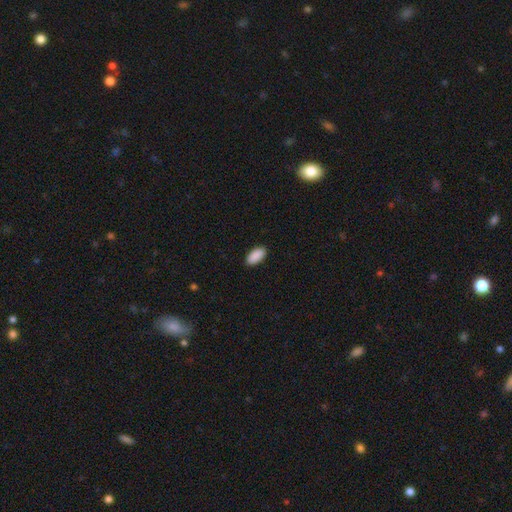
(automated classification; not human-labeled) smooth_or_featured: smooth (p=0.91) [alt: star or artifact p=0.06]
how_rounded: in between (p=0.93) [alt: cigar-shaped p=0.05]
merging: none (p=0.90) [alt: minor disturbance p=0.07]